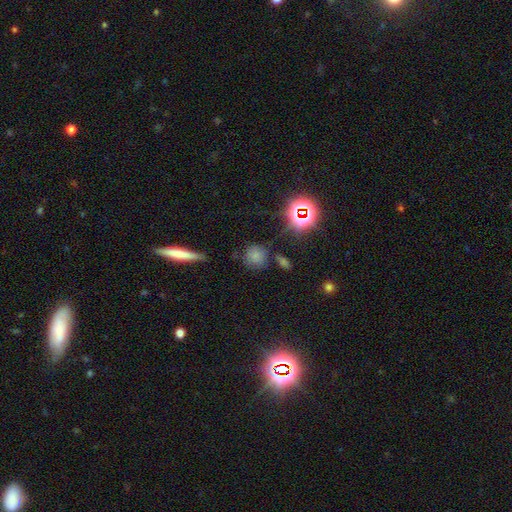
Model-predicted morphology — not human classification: smooth 67%, star or artifact 23%, featured or disk 9%. Down the decision tree: how rounded — round (83%); merging — none (70%).